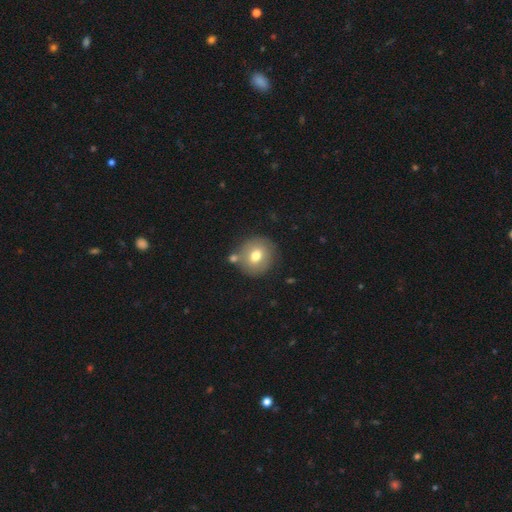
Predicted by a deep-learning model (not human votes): smooth-or-featured: smooth: 71% | featured or disk: 20% | star or artifact: 9%
  how-rounded: round: 85% | in between: 14% | cigar-shaped: 1%
  merging: none: 74% | minor disturbance: 12% | merger: 10% | major disturbance: 4%